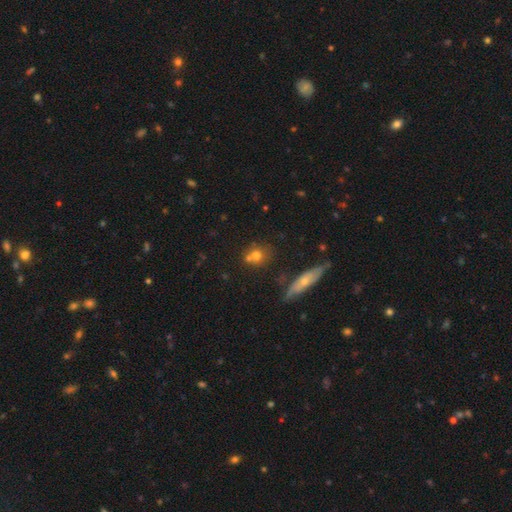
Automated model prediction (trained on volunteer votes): Smooth or featured? Predicted: smooth (p=0.68). How rounded? Predicted: round (p=0.70). Merging? Predicted: none (p=0.54).